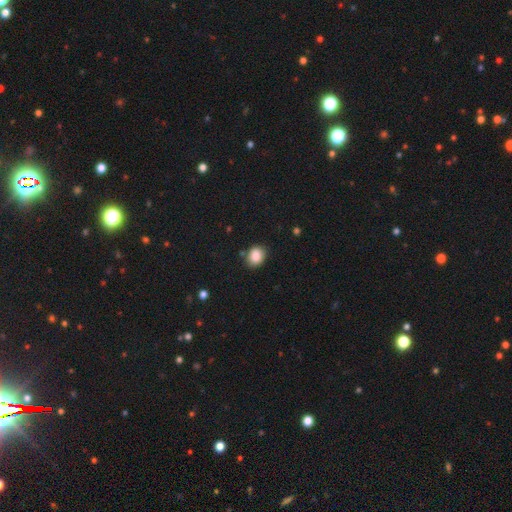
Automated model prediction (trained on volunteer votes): smooth 87%, star or artifact 9%, featured or disk 4%. Down the decision tree: how rounded — in between (51%); merging — none (77%).